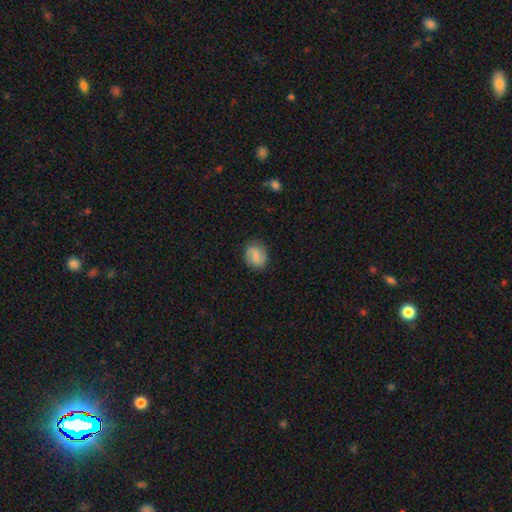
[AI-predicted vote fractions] Morphology: type=smooth (55%); roundness=round (62%); merging=none (82%).